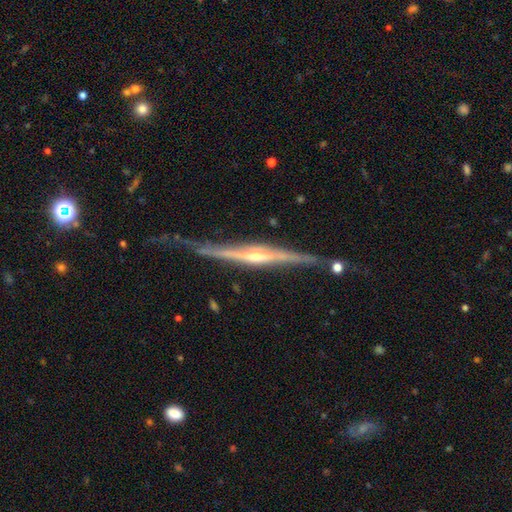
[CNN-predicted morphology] smooth-or-featured: featured or disk: 86% | smooth: 8% | star or artifact: 5%
  disk-edge-on: yes: 96% | no: 4%
    edge-on-bulge: rounded: 73% | none: 16% | boxy: 11%
  merging: none: 60% | minor disturbance: 28% | major disturbance: 8% | merger: 4%